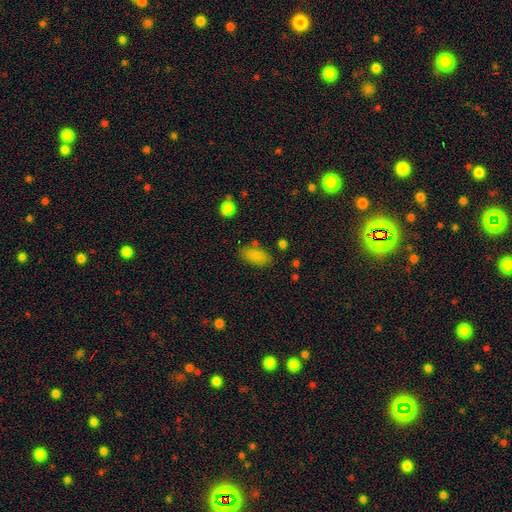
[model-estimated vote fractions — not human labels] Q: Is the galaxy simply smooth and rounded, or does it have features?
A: smooth — 85%.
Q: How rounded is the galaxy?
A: in between — 91%.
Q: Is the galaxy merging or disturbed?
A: none — 78%.